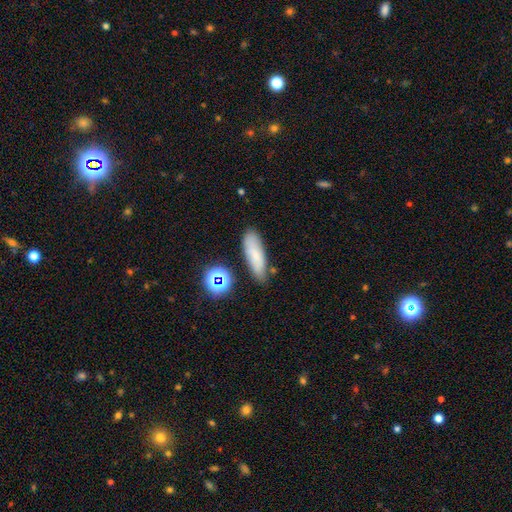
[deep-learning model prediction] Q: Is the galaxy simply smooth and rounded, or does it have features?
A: smooth — 68%.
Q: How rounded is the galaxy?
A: cigar-shaped — 48%.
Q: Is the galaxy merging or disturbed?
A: none — 74%.